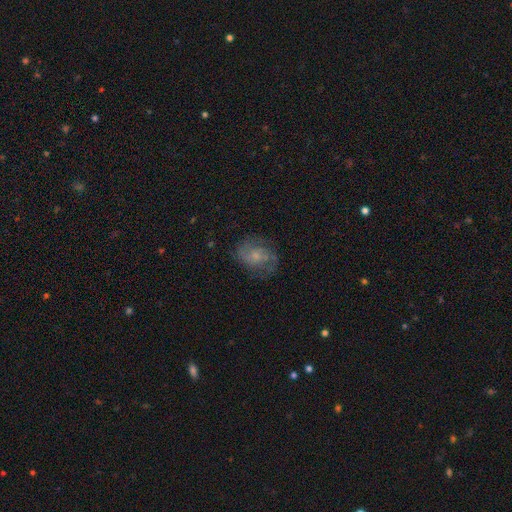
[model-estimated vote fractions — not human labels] smooth-or-featured: featured or disk: 67% | smooth: 24% | star or artifact: 9%
  disk-edge-on: no: 97% | yes: 3%
    bar: no: 70% | weak: 26% | strong: 4%
    has-spiral-arms: yes: 88% | no: 12%
      spiral-winding: medium: 48% | tight: 30% | loose: 22%
      spiral-arm-count: 2: 69% | can't tell: 17% | 3: 6% | 1: 3% | 4: 2% | more than 4: 2%
    bulge-size: small: 58% | moderate: 30% | none: 8% | large: 3% | dominant: 1%
  merging: none: 70% | minor disturbance: 19% | major disturbance: 10% | merger: 1%